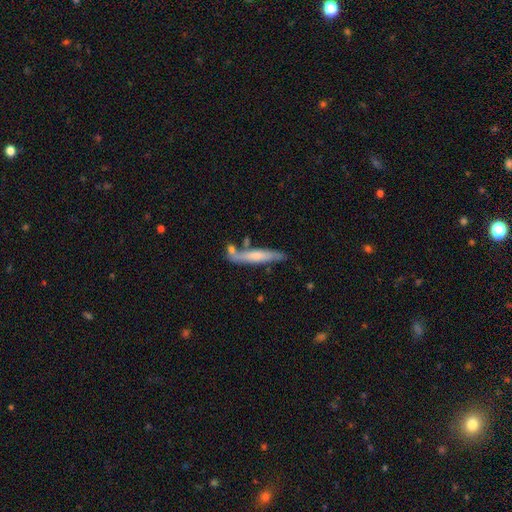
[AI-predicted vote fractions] The model was most divided on "smooth or featured": smooth: 52%, featured or disk: 43%, star or artifact: 6%. More confident: how rounded — cigar-shaped (90%); merging — none (64%).